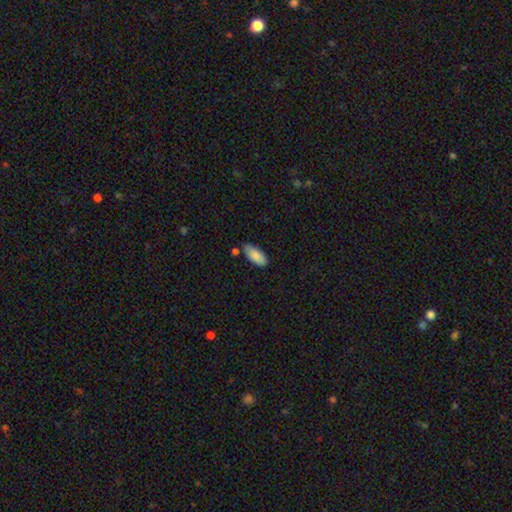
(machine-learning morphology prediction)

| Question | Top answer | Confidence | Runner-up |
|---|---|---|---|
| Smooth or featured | smooth | 87% | featured or disk (7%) |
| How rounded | in between | 87% | cigar-shaped (12%) |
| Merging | none | 73% | minor disturbance (17%) |